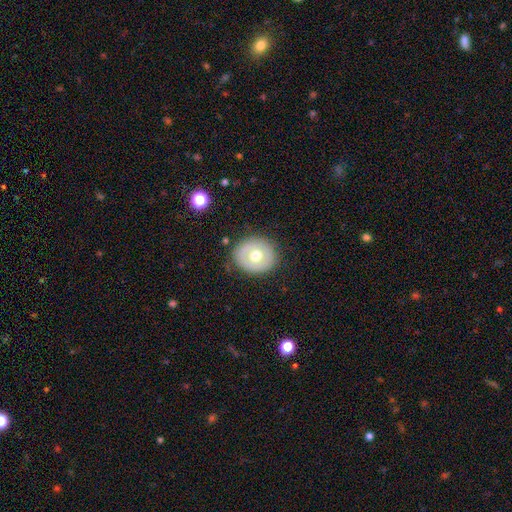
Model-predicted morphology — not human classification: Overall: smooth (54%; featured or disk 39%). How rounded: round (76%). Merging: none (83%).